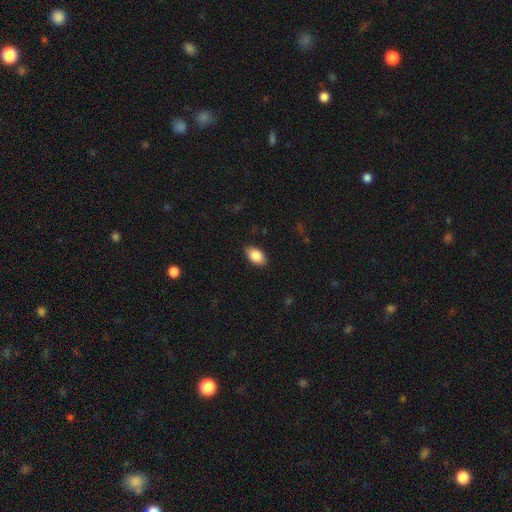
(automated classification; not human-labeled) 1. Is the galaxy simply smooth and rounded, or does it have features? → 86% smooth, 7% star or artifact, 7% featured or disk.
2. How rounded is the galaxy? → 93% in between, 5% round, 2% cigar-shaped.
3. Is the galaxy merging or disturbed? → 88% none, 9% minor disturbance, 2% major disturbance, 1% merger.